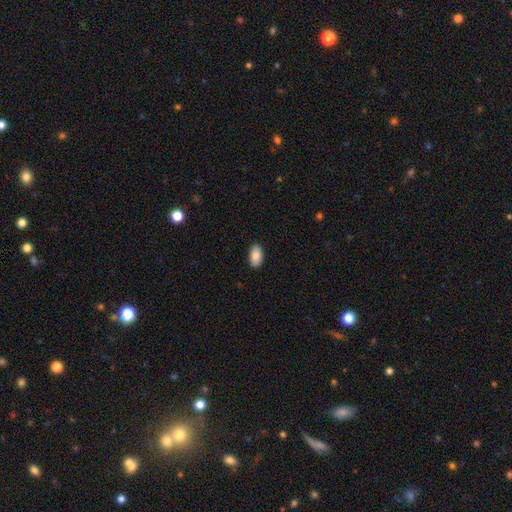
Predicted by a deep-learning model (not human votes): Overall: smooth (87%). How rounded: in between (94%). Merging: none (89%).